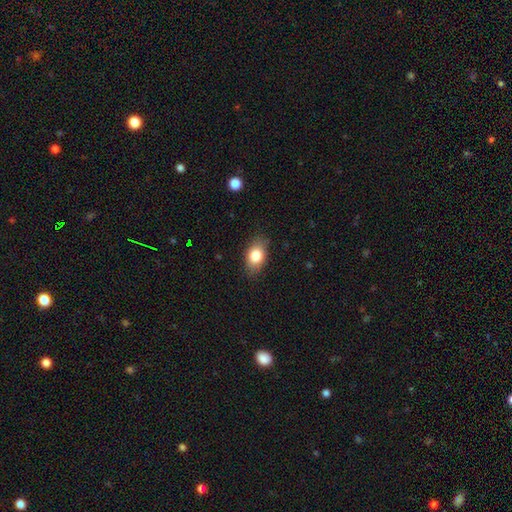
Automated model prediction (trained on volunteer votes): A smooth galaxy with no disk features (81%) that is in between round and cigar-shaped (81%).

Vote fractions:
- Smooth or featured? smooth: 81% / featured or disk: 11% / star or artifact: 8%
- How rounded? in between: 81% / round: 17% / cigar-shaped: 2%
- Merging? none: 81% / minor disturbance: 15% / major disturbance: 3% / merger: 1%